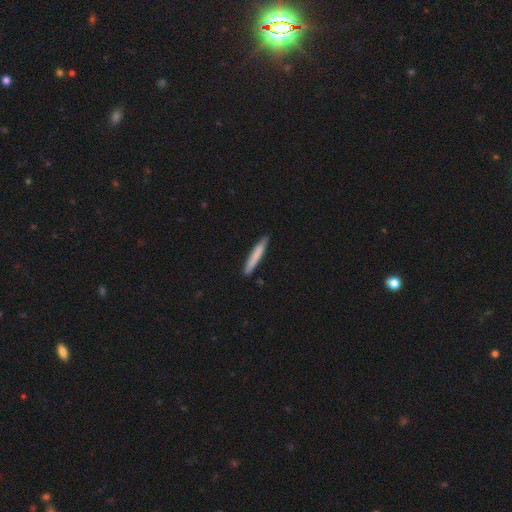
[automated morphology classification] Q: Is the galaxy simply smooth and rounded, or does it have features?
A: smooth — 77%.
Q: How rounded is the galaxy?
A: cigar-shaped — 96%.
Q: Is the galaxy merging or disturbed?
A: none — 88%.